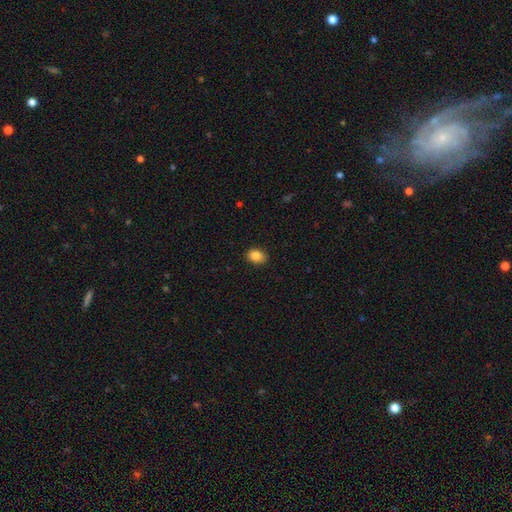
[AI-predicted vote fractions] Smooth or featured?
  - smooth: 85% *
  - star or artifact: 9%
  - featured or disk: 6%
How rounded?
  - in between: 70% *
  - round: 29%
  - cigar-shaped: 1%
Merging?
  - none: 88% *
  - minor disturbance: 9%
  - major disturbance: 2%
  - merger: 1%